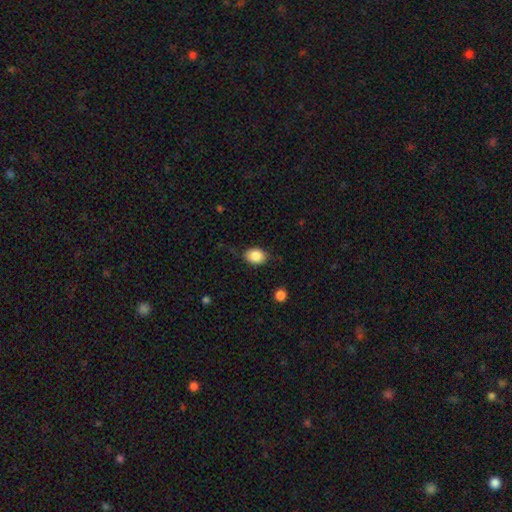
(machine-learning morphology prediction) smooth 86%, star or artifact 8%, featured or disk 5%. Down the decision tree: how rounded — in between (62%); merging — none (77%).